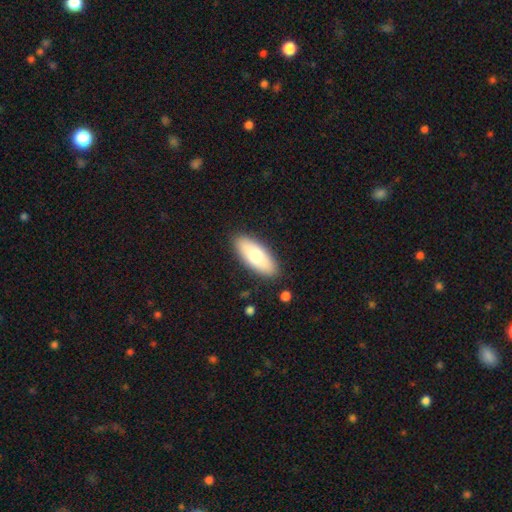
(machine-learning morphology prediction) Overall: smooth (73%). How rounded: in between (77%). Merging: none (88%).